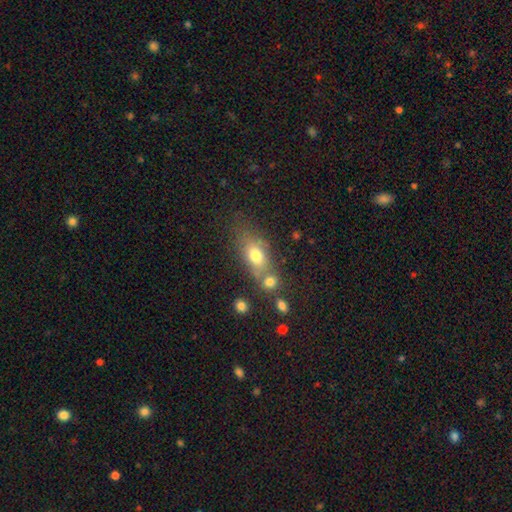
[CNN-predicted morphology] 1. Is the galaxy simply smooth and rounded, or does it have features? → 71% smooth, 18% featured or disk, 11% star or artifact.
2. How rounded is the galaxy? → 74% in between, 17% round, 9% cigar-shaped.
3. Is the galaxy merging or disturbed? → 47% none, 28% merger, 16% minor disturbance, 8% major disturbance.